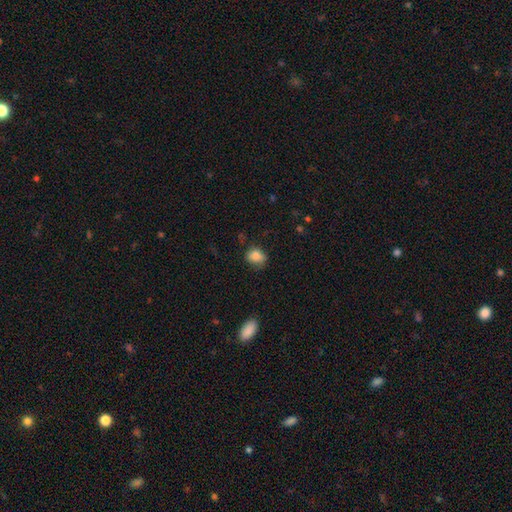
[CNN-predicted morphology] smooth 84%, star or artifact 9%, featured or disk 6%. Down the decision tree: how rounded — round (56%); merging — none (70%).